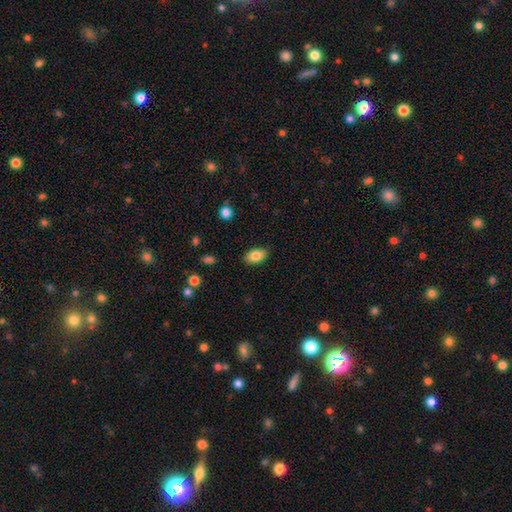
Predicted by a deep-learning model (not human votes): A smooth galaxy with no disk features (83%) that is in between round and cigar-shaped (90%).

Vote fractions:
- Smooth or featured? smooth: 83% / featured or disk: 9% / star or artifact: 8%
- How rounded? in between: 90% / round: 8% / cigar-shaped: 2%
- Merging? none: 86% / minor disturbance: 11% / major disturbance: 2% / merger: 1%